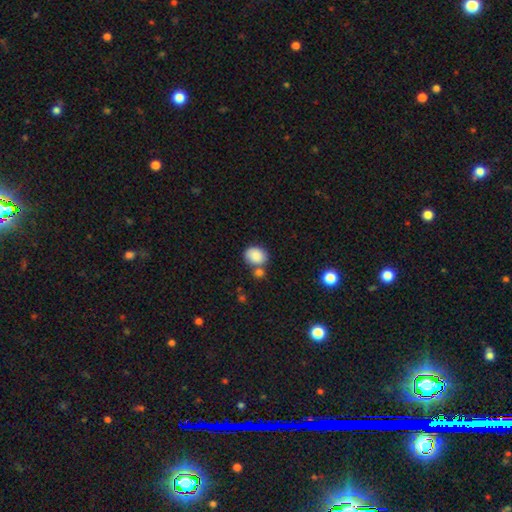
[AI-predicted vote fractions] Smooth or featured? Predicted: smooth (p=0.87). How rounded? Predicted: round (p=0.55). Merging? Predicted: none (p=0.56).